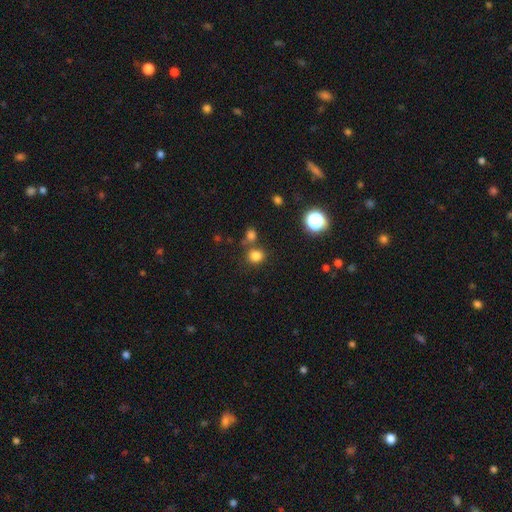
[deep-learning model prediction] Smooth or featured: smooth — 79% (star or artifact — 16%)
How rounded: round — 76% (in between — 23%)
Merging: none — 67% (merger — 20%)